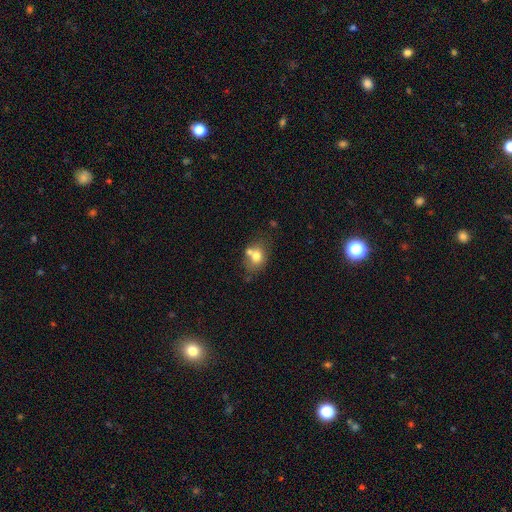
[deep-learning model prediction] smooth 71%, featured or disk 19%, star or artifact 10%. Down the decision tree: how rounded — in between (58%); merging — none (49%).